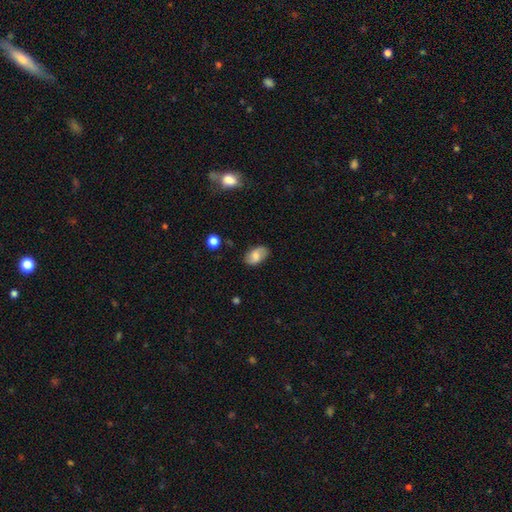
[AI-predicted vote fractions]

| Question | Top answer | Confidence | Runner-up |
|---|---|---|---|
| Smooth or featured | smooth | 74% | featured or disk (18%) |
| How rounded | in between | 92% | round (7%) |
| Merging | none | 81% | minor disturbance (15%) |